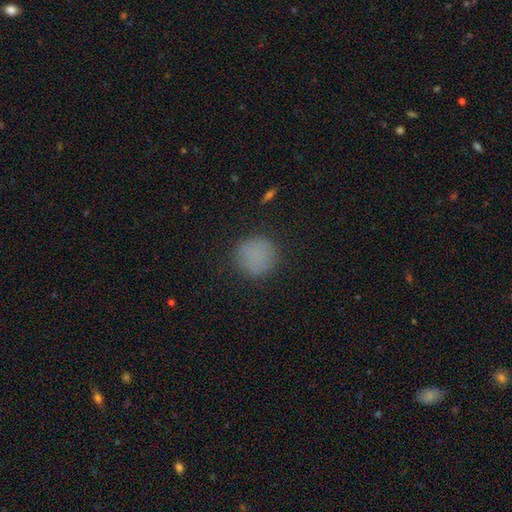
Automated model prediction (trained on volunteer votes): Smooth or featured?
  - smooth: 80% *
  - star or artifact: 13%
  - featured or disk: 6%
How rounded?
  - round: 93% *
  - in between: 6%
  - cigar-shaped: 1%
Merging?
  - none: 86% *
  - minor disturbance: 10%
  - major disturbance: 4%
  - merger: 1%